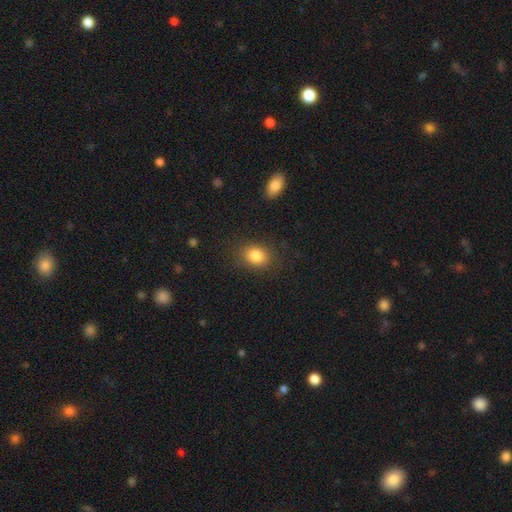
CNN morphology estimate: Smooth or featured: smooth — 84% (star or artifact — 10%)
How rounded: in between — 54% (round — 45%)
Merging: none — 83% (minor disturbance — 12%)